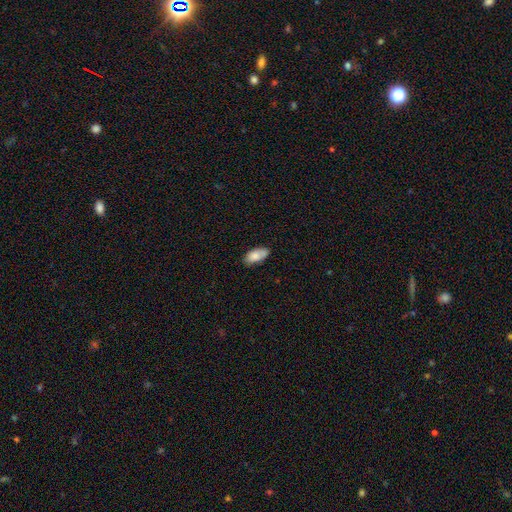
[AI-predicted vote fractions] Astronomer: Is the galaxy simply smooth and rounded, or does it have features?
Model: smooth — 82%.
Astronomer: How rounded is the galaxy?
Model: in between — 92%.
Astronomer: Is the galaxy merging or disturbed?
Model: none — 71%.